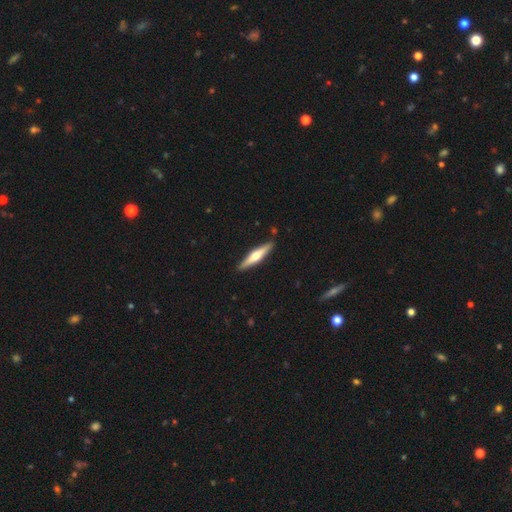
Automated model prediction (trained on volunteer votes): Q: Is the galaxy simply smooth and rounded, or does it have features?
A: featured or disk — 58%.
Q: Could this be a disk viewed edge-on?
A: yes — 96%.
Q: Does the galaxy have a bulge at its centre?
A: rounded — 90%.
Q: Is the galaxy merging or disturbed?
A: none — 89%.